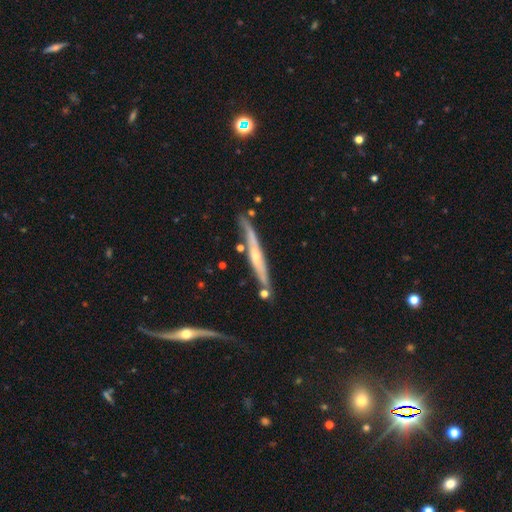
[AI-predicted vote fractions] This appears to be a featured or disk galaxy (69%) viewed edge-on (92%) with a rounded central bulge (60%). Merging: none (69%).